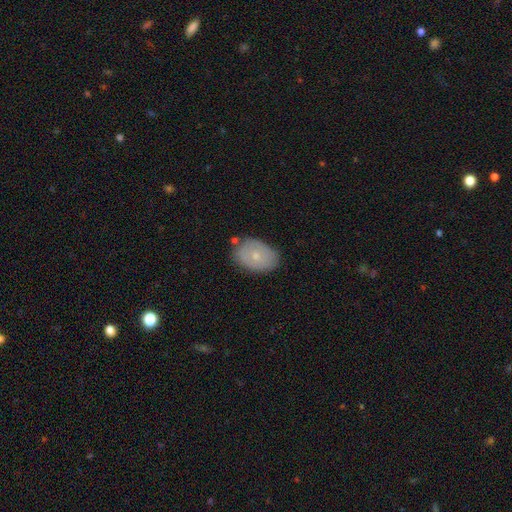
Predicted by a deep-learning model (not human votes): This is likely a smooth galaxy (63%). How rounded: clearly in between (81%). Merging: likely none (76%).